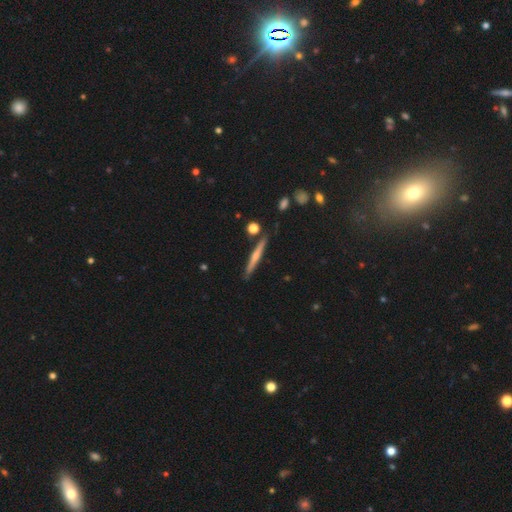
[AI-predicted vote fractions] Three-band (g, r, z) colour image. It shows a featured or disk galaxy (49%). Merging: none (87%).